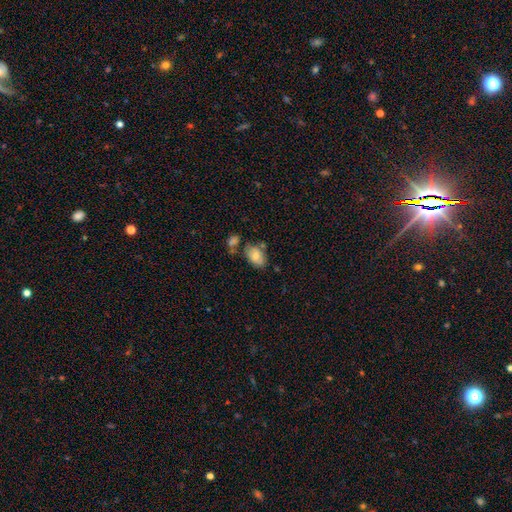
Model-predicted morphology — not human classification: A smooth galaxy with no disk features (71%) that is in between round and cigar-shaped (86%). Merging: none (57%).